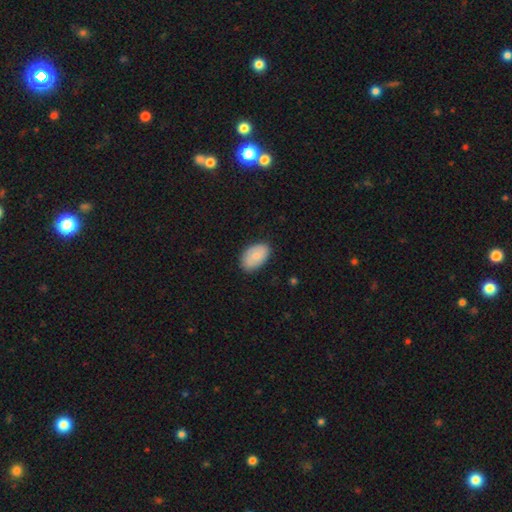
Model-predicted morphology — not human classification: Smooth or featured? Predicted: smooth (p=0.71). How rounded? Predicted: in between (p=0.91). Merging? Predicted: none (p=0.80).